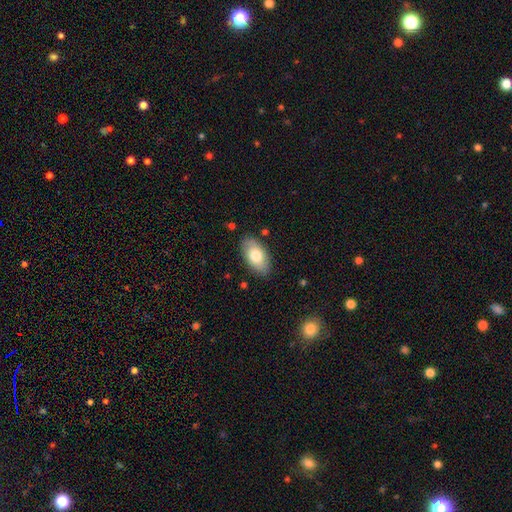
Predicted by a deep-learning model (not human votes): Morphology: type=smooth (74%); roundness=in between (94%); merging=none (84%).